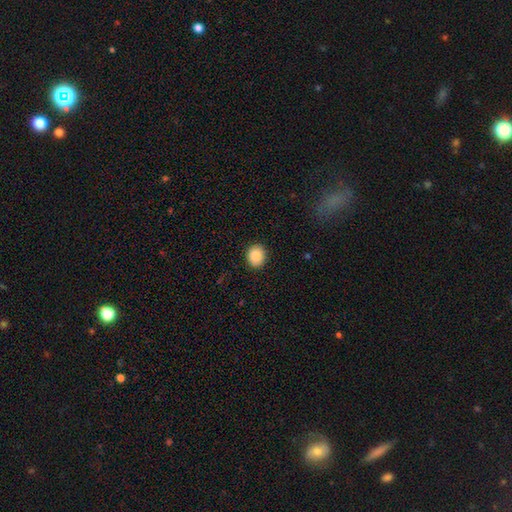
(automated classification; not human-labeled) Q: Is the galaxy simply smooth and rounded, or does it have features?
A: smooth — 86%.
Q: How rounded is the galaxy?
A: round — 66%.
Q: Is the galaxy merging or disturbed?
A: none — 91%.